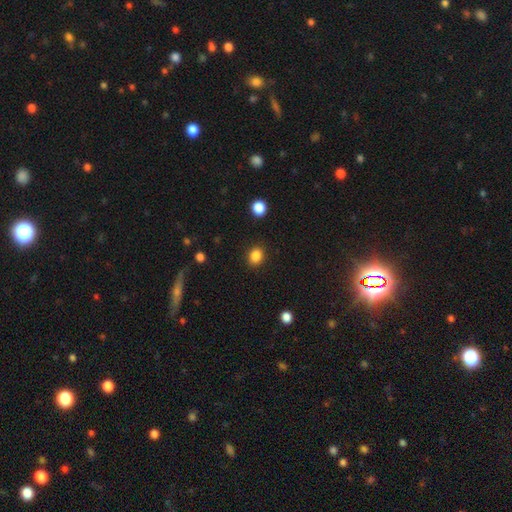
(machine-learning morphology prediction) type=smooth (86%); roundness=round (57%); merging=none (89%).